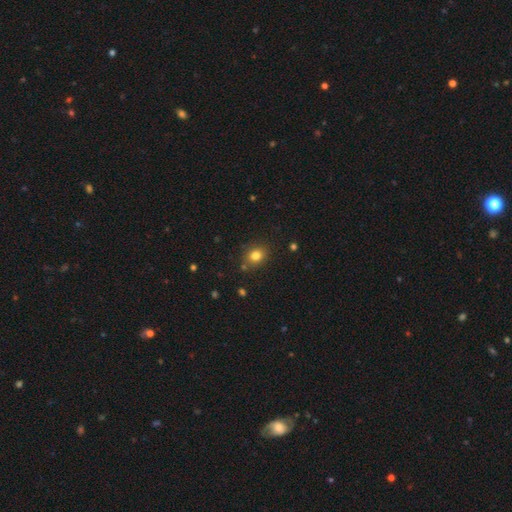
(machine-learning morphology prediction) The model was most divided on "how rounded": round: 61%, in between: 38%, cigar-shaped: 1%. More confident: merging — none (83%); smooth or featured — smooth (80%).